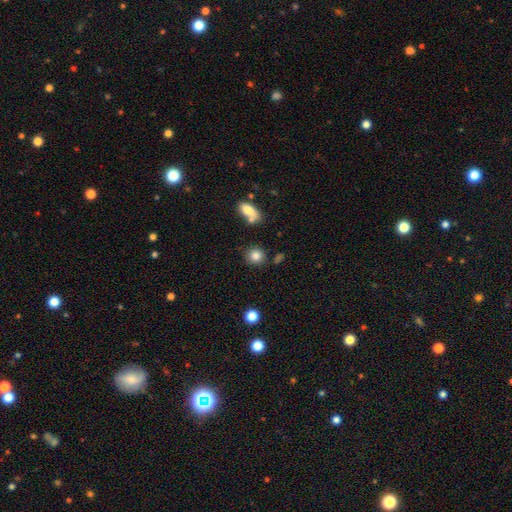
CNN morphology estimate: Smooth or featured? smooth (84%)
How rounded? round (85%)
Merging? none (79%)